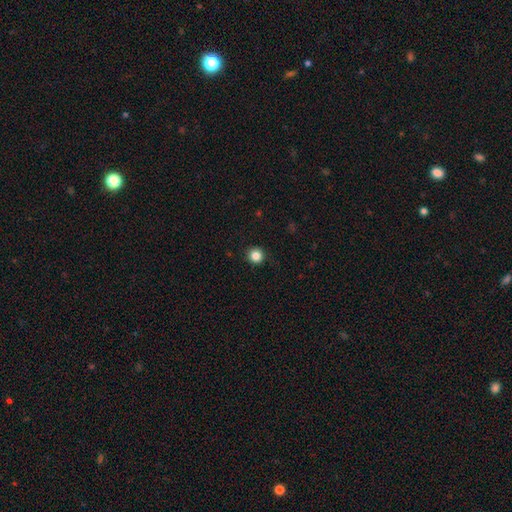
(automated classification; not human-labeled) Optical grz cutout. It shows a smooth galaxy with no disk features (85%) that is round (94%). Merging: none (92%).